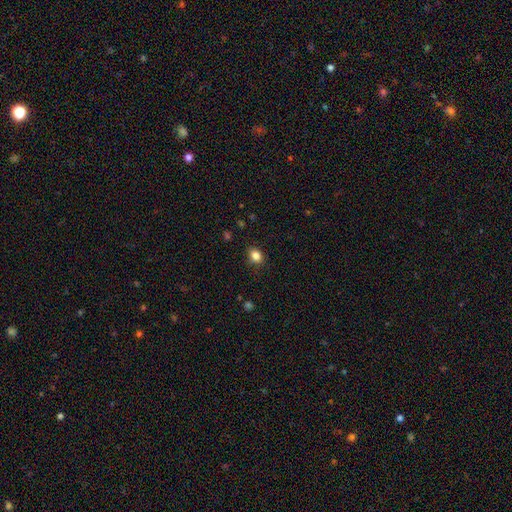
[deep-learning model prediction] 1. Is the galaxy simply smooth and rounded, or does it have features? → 84% smooth, 11% star or artifact, 5% featured or disk.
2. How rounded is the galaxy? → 49% round (tied), 49% in between (tied), 1% cigar-shaped.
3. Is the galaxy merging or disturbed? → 84% none, 12% minor disturbance, 3% major disturbance, 1% merger.